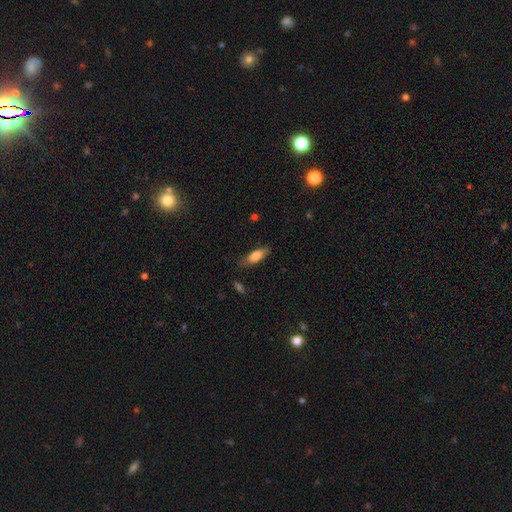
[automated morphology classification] smooth 73%, featured or disk 20%, star or artifact 7%. Down the decision tree: how rounded — in between (60%); merging — none (77%).